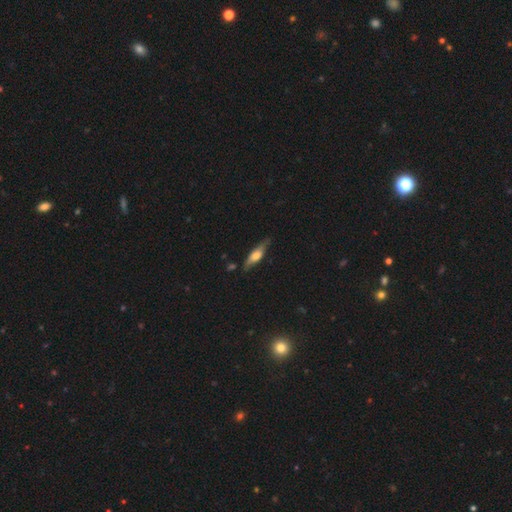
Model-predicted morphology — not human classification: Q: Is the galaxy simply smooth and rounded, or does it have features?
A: featured or disk — 50%.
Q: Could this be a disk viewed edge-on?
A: yes — 85%.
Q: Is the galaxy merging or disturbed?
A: none — 74%.